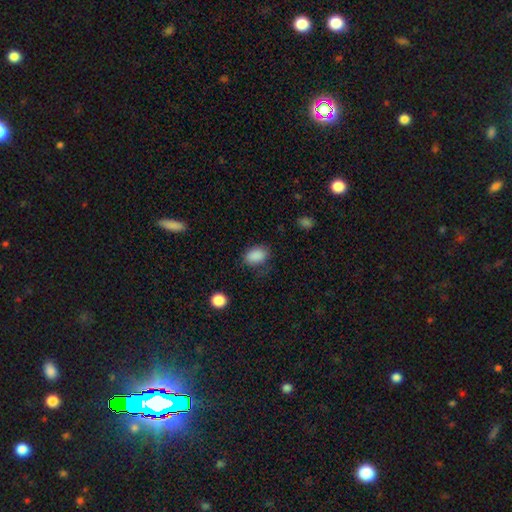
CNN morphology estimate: The model was most divided on "merging": none: 71%, minor disturbance: 20%, major disturbance: 7%, merger: 2%. More confident: smooth or featured — smooth (87%); how rounded — in between (82%).